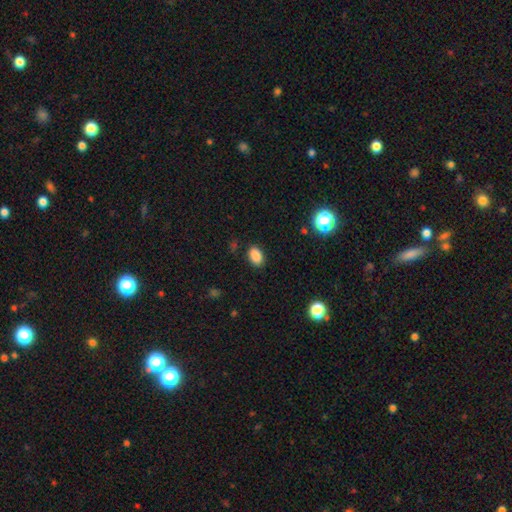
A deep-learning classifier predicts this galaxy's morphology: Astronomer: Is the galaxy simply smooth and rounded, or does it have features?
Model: smooth — 86%.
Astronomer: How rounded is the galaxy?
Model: in between — 86%.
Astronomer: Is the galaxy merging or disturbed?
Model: none — 86%.